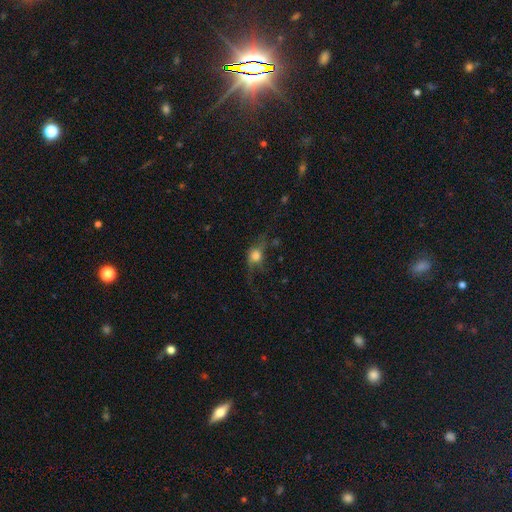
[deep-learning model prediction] Q: Smooth or featured?
A: smooth (57%); runner-up: featured or disk (29%)
Q: How rounded?
A: round (59%); runner-up: in between (36%)
Q: Merging?
A: none (40%); runner-up: major disturbance (35%)